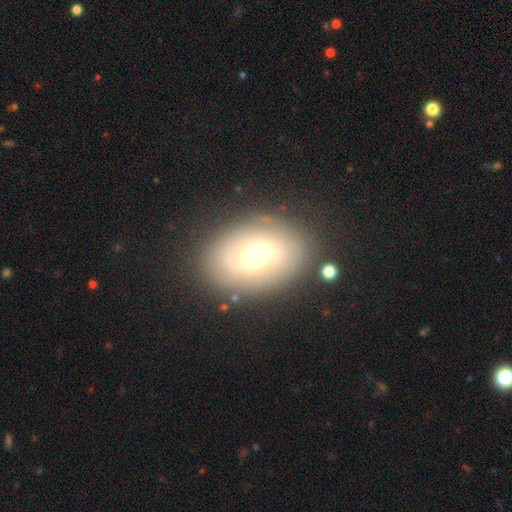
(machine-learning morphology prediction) Smooth or featured? featured or disk (47%)
Merging? none (77%)